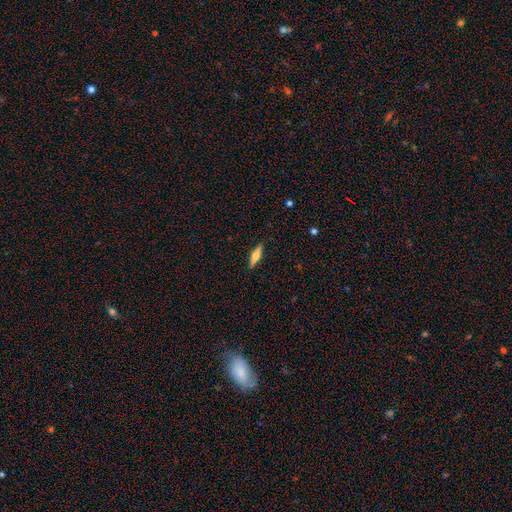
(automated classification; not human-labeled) smooth_or_featured: smooth (p=0.49) [alt: featured or disk p=0.44]
merging: none (p=0.89) [alt: minor disturbance p=0.08]